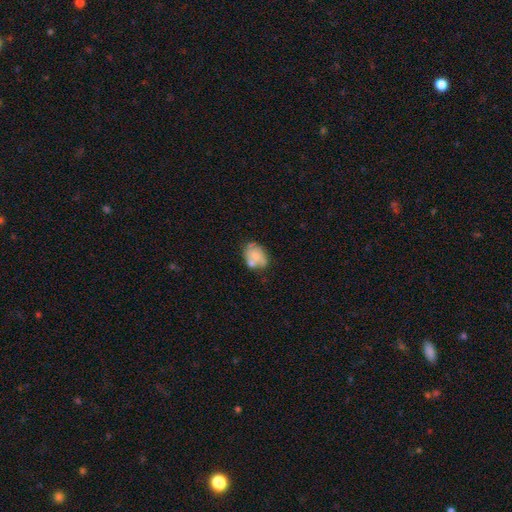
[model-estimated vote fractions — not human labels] Overall: smooth (58%; featured or disk 34%). How rounded: in between (74%). Merging: none (44%; merger 24%).